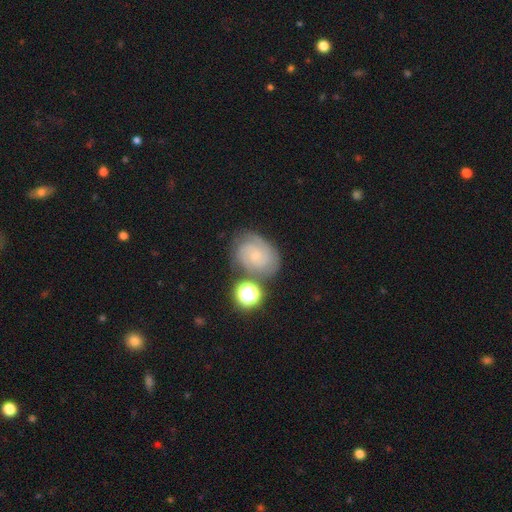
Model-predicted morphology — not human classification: A featured or disk galaxy (67%) with no bar (73%), 2 (37%) tight (64%) spiral arms (93%) and a small central bulge (74%).

Vote fractions:
- Smooth or featured? featured or disk: 67% / smooth: 22% / star or artifact: 11%
- Edge-on disk? no: 97% / yes: 3%
- Bar? no: 73% / weak: 24% / strong: 4%
- Spiral arms? yes: 93% / no: 7%
- Spiral winding? tight: 64% / medium: 29% / loose: 7%
- Spiral arm count? 2: 37% / can't tell: 30% / 3: 18% / 1: 5% / 4: 5% / more than 4: 4%
- Bulge size? small: 74% / moderate: 16% / none: 7% / large: 2% / dominant: 1%
- Merging? none: 66% / minor disturbance: 18% / merger: 10% / major disturbance: 6%